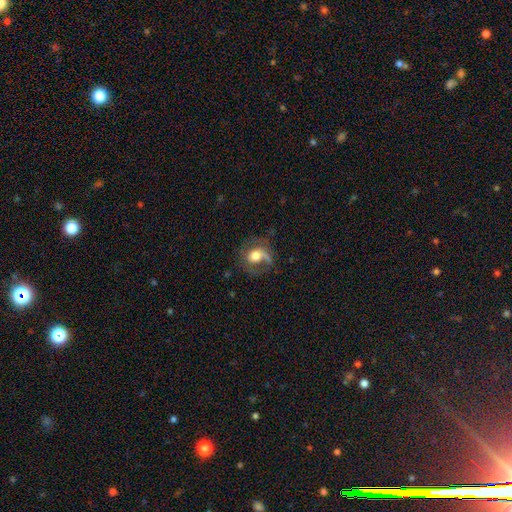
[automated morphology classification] Q: Smooth or featured?
A: featured or disk (55%); runner-up: smooth (37%)
Q: Edge-on disk?
A: no (96%); runner-up: yes (4%)
Q: Bar?
A: no (64%); runner-up: weak (27%)
Q: Spiral arms?
A: yes (77%); runner-up: no (23%)
Q: Bulge size?
A: moderate (53%); runner-up: large (34%)
Q: Merging?
A: none (49%); runner-up: major disturbance (27%)